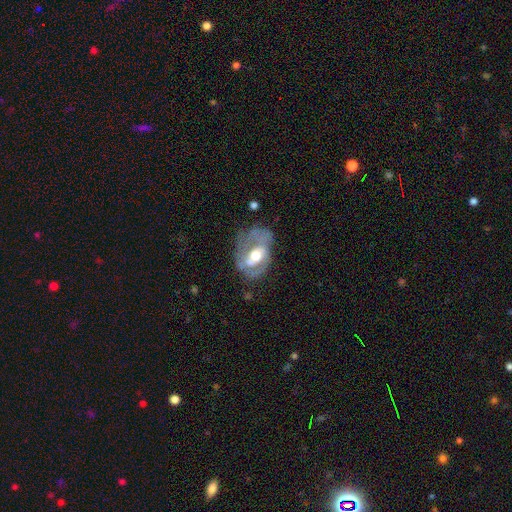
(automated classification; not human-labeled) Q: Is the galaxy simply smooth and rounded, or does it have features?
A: featured or disk — 74%.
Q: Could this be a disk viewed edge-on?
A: no — 96%.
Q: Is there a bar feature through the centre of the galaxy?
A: no — 50%.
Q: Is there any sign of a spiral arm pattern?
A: yes — 63%.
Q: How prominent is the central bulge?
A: moderate — 66%.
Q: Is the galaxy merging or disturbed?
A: none — 43%.